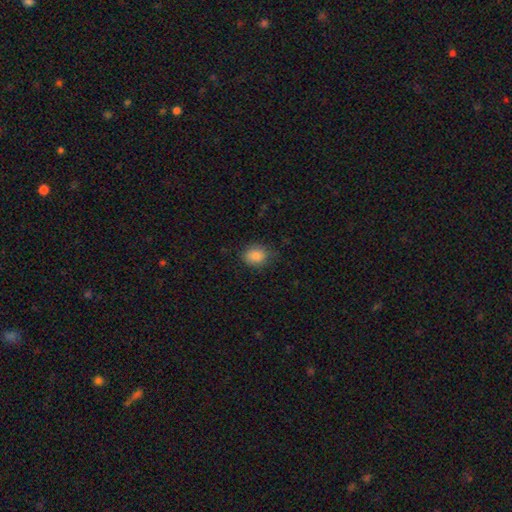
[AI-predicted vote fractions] The model was most divided on "how rounded": round: 53%, in between: 46%, cigar-shaped: 1%. More confident: smooth or featured — smooth (87%); merging — none (82%).